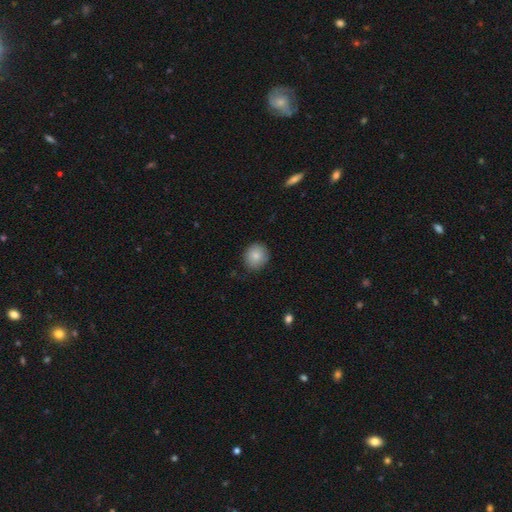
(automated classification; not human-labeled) A smooth galaxy with no disk features (83%) that is round (78%).

Vote fractions:
- Smooth or featured? smooth: 83% / featured or disk: 9% / star or artifact: 8%
- How rounded? round: 78% / in between: 21% / cigar-shaped: 1%
- Merging? none: 81% / minor disturbance: 15% / major disturbance: 3% / merger: 1%